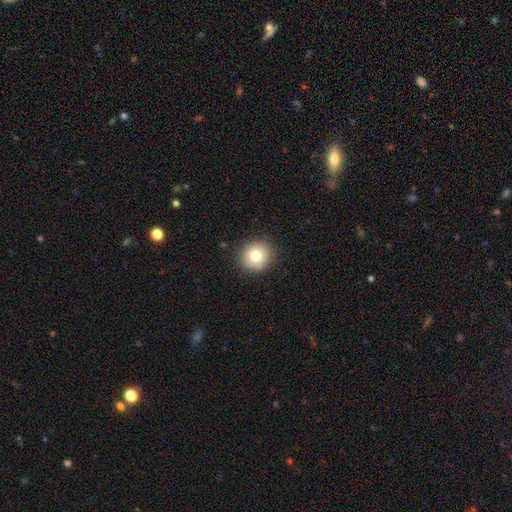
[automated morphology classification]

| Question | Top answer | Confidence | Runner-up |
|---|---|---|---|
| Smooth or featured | smooth | 78% | featured or disk (11%) |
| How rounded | round | 88% | in between (11%) |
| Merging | none | 89% | minor disturbance (8%) |